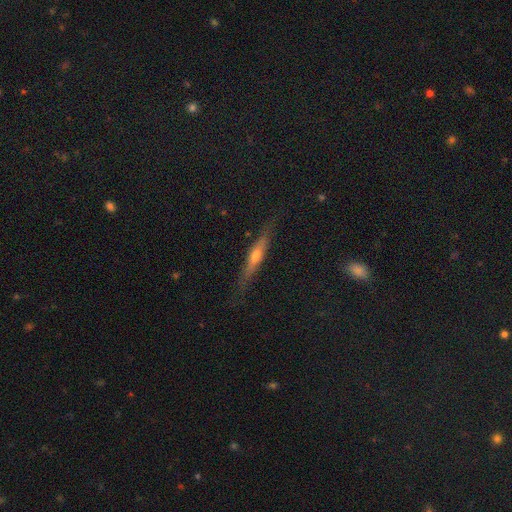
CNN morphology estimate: Smooth or featured?
  - featured or disk: 62% *
  - smooth: 30%
  - star or artifact: 8%
Edge-on disk?
  - yes: 93% *
  - no: 7%
Edge-on bulge?
  - rounded: 78% *
  - none: 16%
  - boxy: 6%
Merging?
  - none: 84% *
  - minor disturbance: 12%
  - major disturbance: 3%
  - merger: 1%